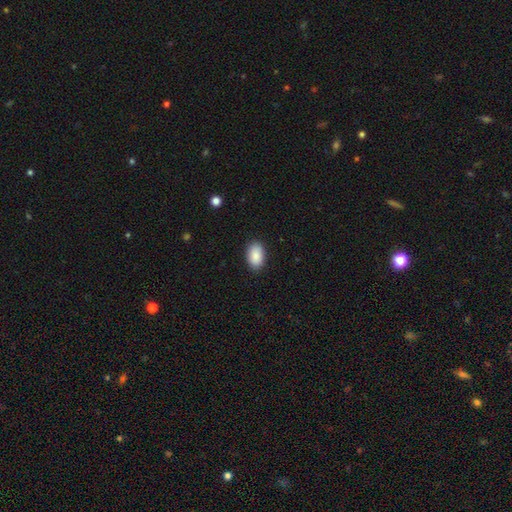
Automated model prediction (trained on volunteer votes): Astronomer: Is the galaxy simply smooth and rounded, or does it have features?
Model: smooth — 89%.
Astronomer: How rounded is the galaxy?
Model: in between — 92%.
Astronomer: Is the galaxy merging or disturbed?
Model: none — 88%.